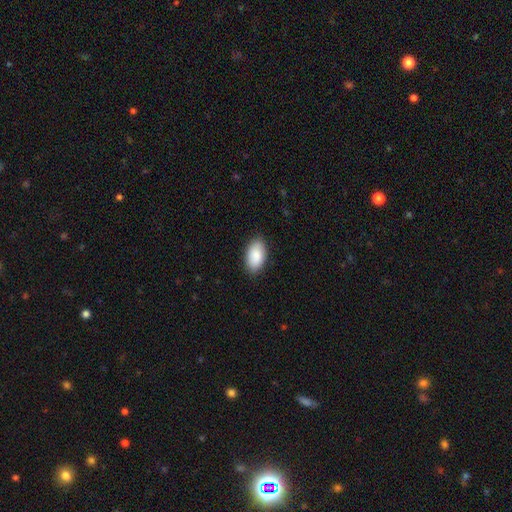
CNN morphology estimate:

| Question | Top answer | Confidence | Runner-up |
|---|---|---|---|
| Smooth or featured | smooth | 89% | star or artifact (6%) |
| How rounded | in between | 95% | round (3%) |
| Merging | none | 87% | minor disturbance (10%) |